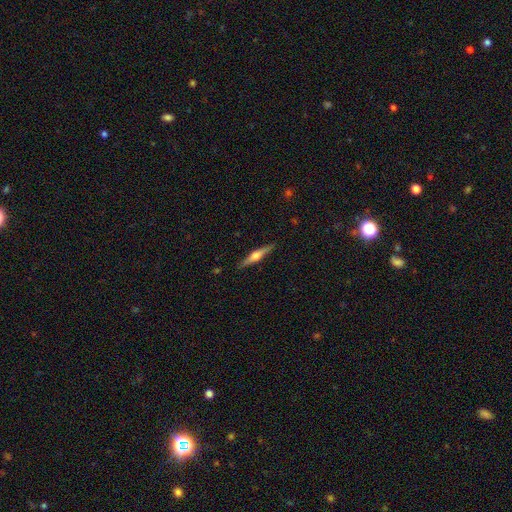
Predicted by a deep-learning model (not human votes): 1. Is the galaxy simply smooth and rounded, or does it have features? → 68% featured or disk, 27% smooth, 6% star or artifact.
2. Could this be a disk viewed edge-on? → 98% yes, 2% no.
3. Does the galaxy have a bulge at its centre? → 89% rounded, 7% boxy, 4% none.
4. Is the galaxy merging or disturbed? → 90% none, 7% minor disturbance, 2% major disturbance, 1% merger.